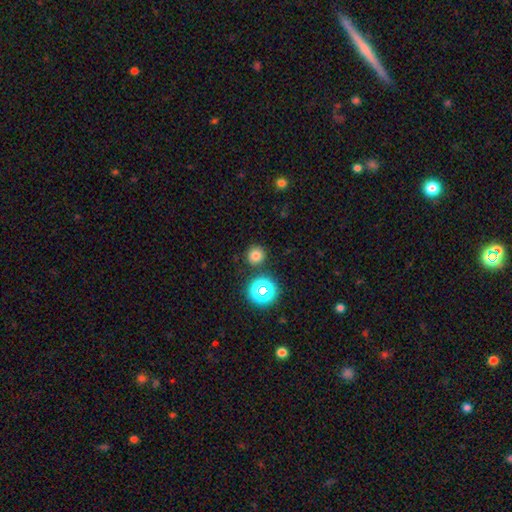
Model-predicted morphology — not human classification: type=smooth (75%); roundness=round (93%); merging=none (87%).